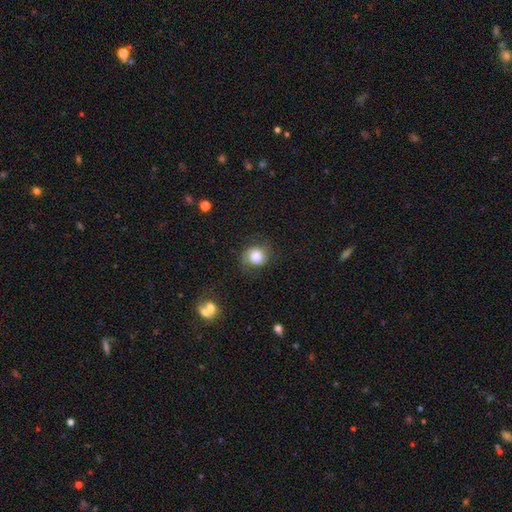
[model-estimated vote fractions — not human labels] Q: Smooth or featured?
A: smooth (73%); runner-up: featured or disk (18%)
Q: How rounded?
A: round (81%); runner-up: in between (18%)
Q: Merging?
A: none (65%); runner-up: minor disturbance (21%)